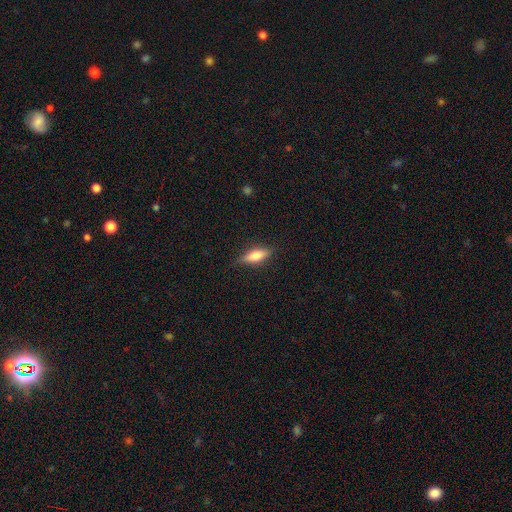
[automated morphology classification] Smooth or featured: smooth — 67% (featured or disk — 26%)
How rounded: in between — 54% (cigar-shaped — 43%)
Merging: none — 82% (minor disturbance — 14%)